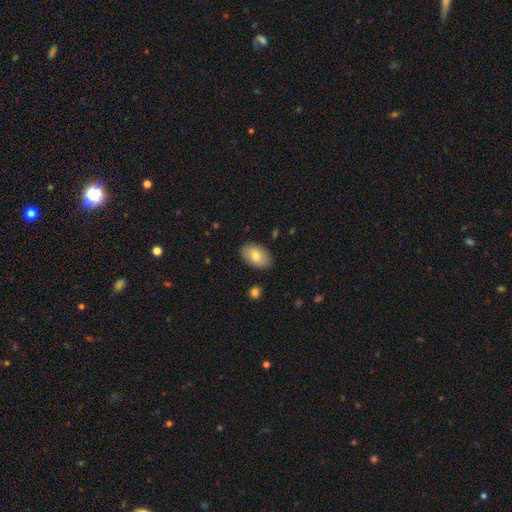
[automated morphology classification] The model was most divided on "smooth or featured": smooth: 78%, featured or disk: 15%, star or artifact: 6%. More confident: how rounded — in between (92%); merging — none (87%).